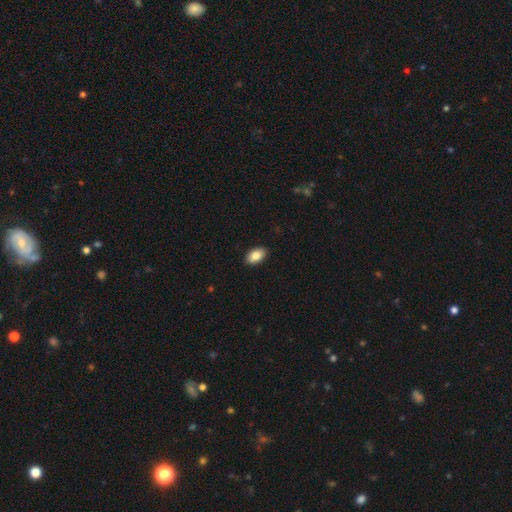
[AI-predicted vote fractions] Q: Smooth or featured?
A: smooth (85%); runner-up: featured or disk (8%)
Q: How rounded?
A: in between (93%); runner-up: round (6%)
Q: Merging?
A: none (90%); runner-up: minor disturbance (7%)